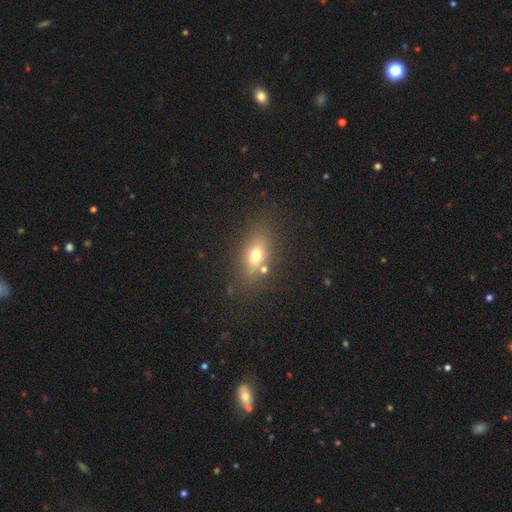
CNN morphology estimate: Smooth or featured?
  - smooth: 69% *
  - featured or disk: 18%
  - star or artifact: 14%
How rounded?
  - in between: 72% *
  - round: 21%
  - cigar-shaped: 7%
Merging?
  - none: 72% *
  - minor disturbance: 13%
  - merger: 9%
  - major disturbance: 5%